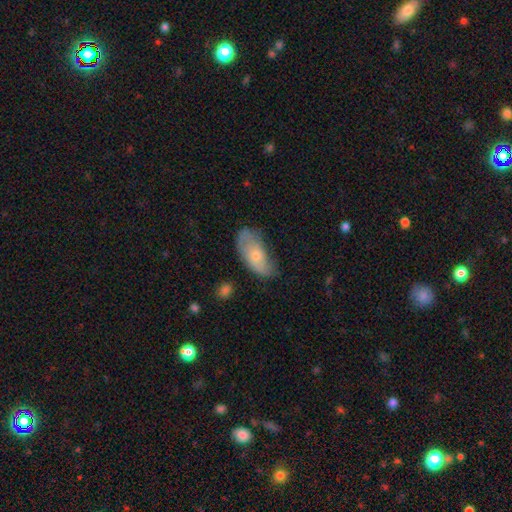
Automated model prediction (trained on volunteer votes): Q: Smooth or featured?
A: smooth (60%); runner-up: featured or disk (33%)
Q: How rounded?
A: in between (89%); runner-up: cigar-shaped (8%)
Q: Merging?
A: none (51%); runner-up: minor disturbance (36%)